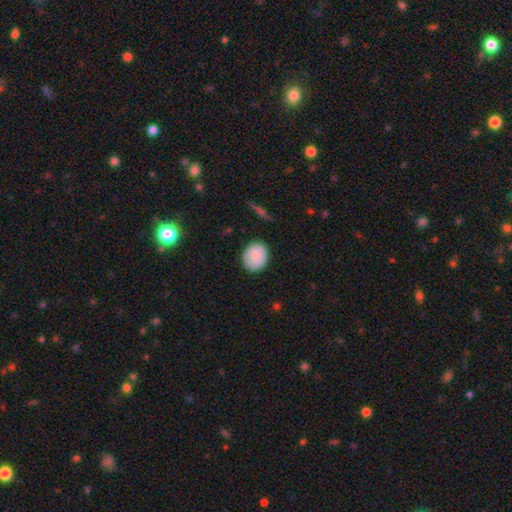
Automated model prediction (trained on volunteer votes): Q: Smooth or featured?
A: smooth (85%); runner-up: featured or disk (9%)
Q: How rounded?
A: round (67%); runner-up: in between (32%)
Q: Merging?
A: none (85%); runner-up: minor disturbance (11%)